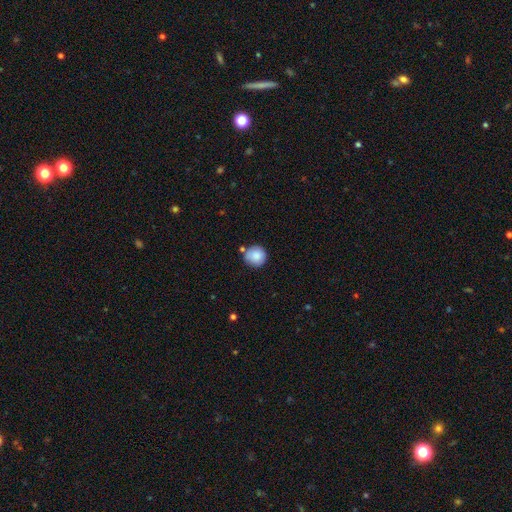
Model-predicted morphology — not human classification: Smooth or featured: smooth — 86% (star or artifact — 8%)
How rounded: round — 93% (in between — 6%)
Merging: none — 76% (minor disturbance — 13%)